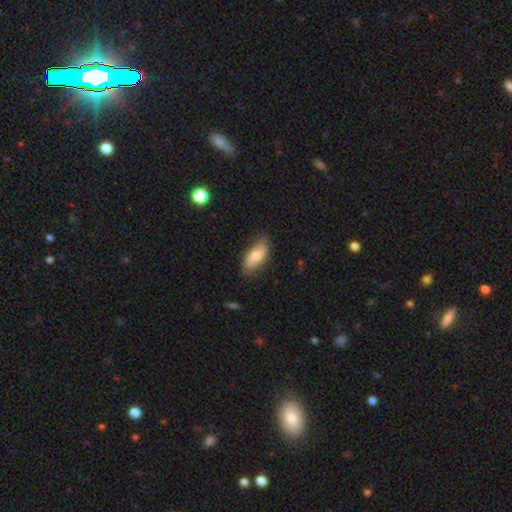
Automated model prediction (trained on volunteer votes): Smooth or featured? smooth (69%)
How rounded? in between (85%)
Merging? none (77%)